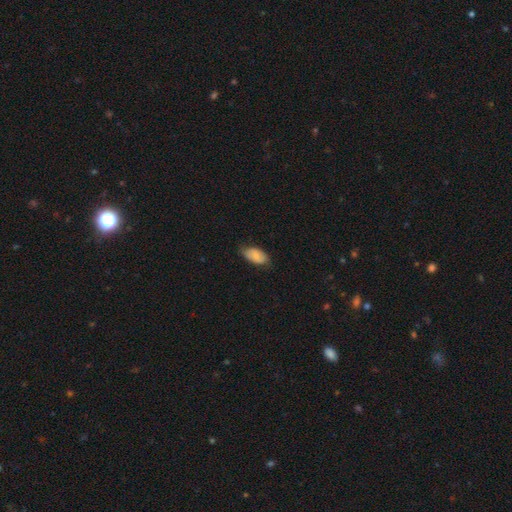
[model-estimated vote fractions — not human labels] smooth-or-featured: smooth: 76% | featured or disk: 18% | star or artifact: 6%
  how-rounded: in between: 94% | round: 4% | cigar-shaped: 3%
  merging: none: 72% | minor disturbance: 23% | major disturbance: 4% | merger: 1%